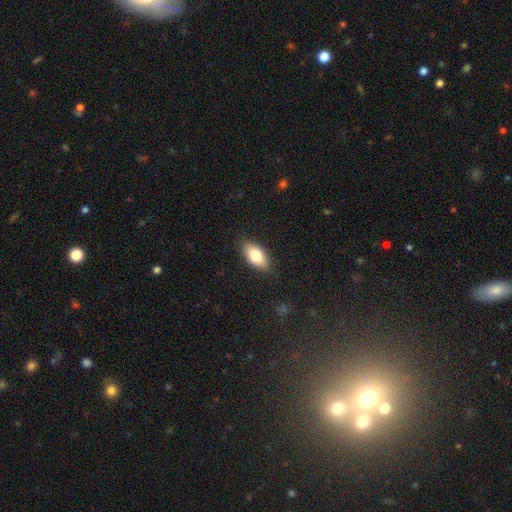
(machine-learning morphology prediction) Smooth or featured? Predicted: smooth (p=0.77). How rounded? Predicted: in between (p=0.90). Merging? Predicted: none (p=0.86).